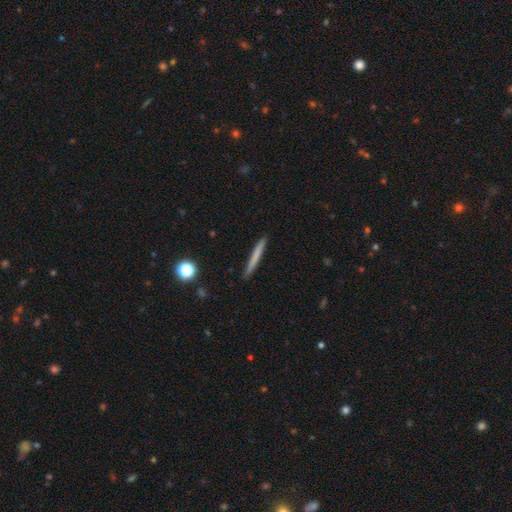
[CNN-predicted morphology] A smooth galaxy with no disk features (66%) that is cigar-shaped (96%).

Vote fractions:
- Smooth or featured? smooth: 66% / featured or disk: 27% / star or artifact: 6%
- How rounded? cigar-shaped: 96% / in between: 2% / round: 1%
- Merging? none: 90% / minor disturbance: 7% / major disturbance: 1% / merger: 1%